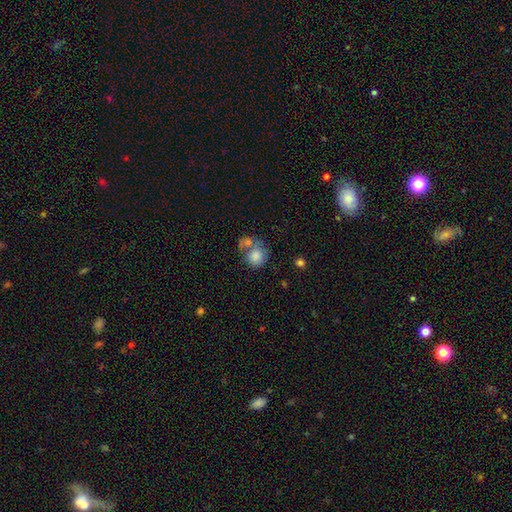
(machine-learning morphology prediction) Overall: smooth (77%). How rounded: round (78%). Merging: merger (42%; none 35%).